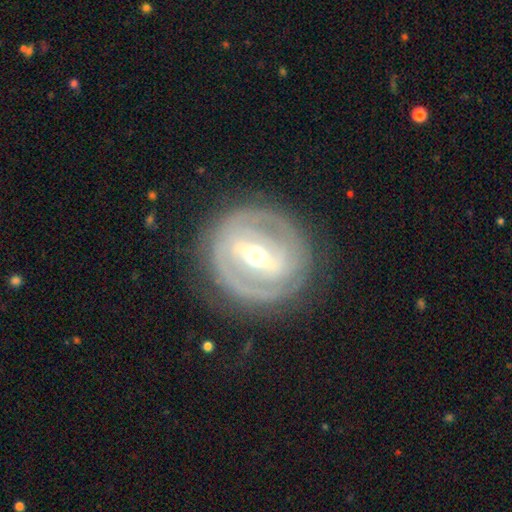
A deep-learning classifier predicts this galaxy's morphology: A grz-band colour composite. It shows a featured or disk galaxy (84%) with a strong bar (65%), 2 (56%) tight (71%) spiral arms (72%) and a moderate central bulge (64%). Merging: none (81%).